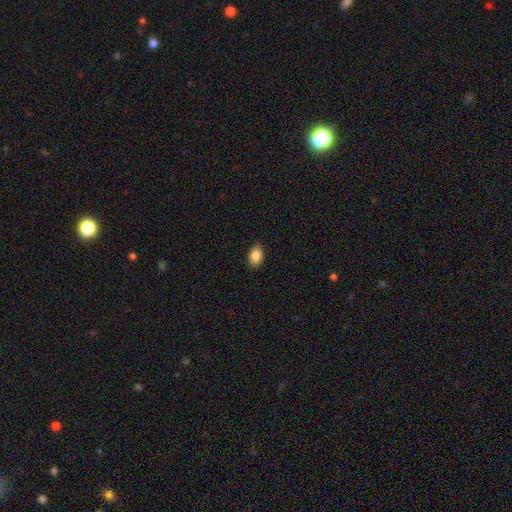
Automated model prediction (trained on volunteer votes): smooth 87%, star or artifact 8%, featured or disk 5%. Down the decision tree: how rounded — in between (87%); merging — none (86%).